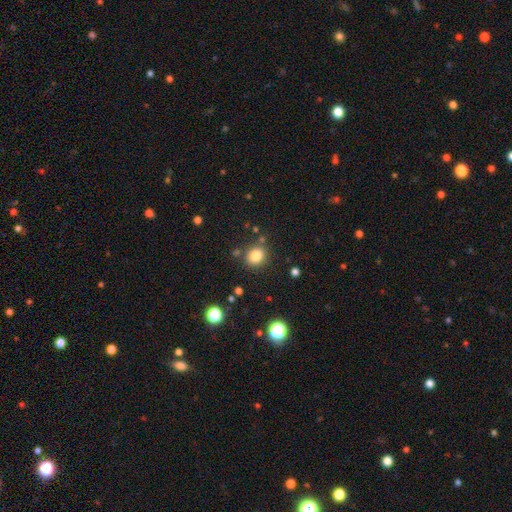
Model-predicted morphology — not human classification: Smooth or featured?
  - smooth: 82% *
  - star or artifact: 12%
  - featured or disk: 6%
How rounded?
  - round: 70% *
  - in between: 29%
  - cigar-shaped: 1%
Merging?
  - none: 81% *
  - minor disturbance: 10%
  - merger: 5%
  - major disturbance: 3%